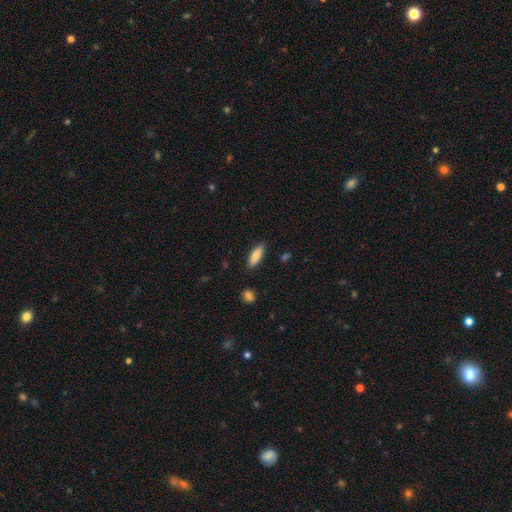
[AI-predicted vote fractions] This is clearly a smooth galaxy (85%). How rounded: possibly in between (54%). Merging: clearly none (86%).